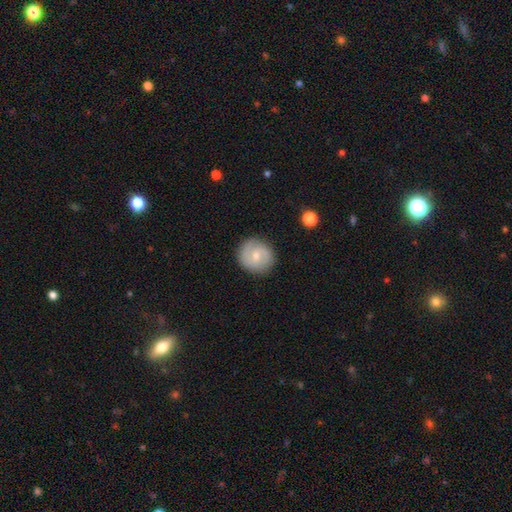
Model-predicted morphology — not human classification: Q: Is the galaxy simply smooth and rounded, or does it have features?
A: featured or disk — 54%.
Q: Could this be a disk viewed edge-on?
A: no — 98%.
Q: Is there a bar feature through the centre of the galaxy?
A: no — 48%.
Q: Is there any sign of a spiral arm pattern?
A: yes — 82%.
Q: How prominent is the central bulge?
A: small — 50%.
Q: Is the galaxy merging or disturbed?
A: none — 85%.